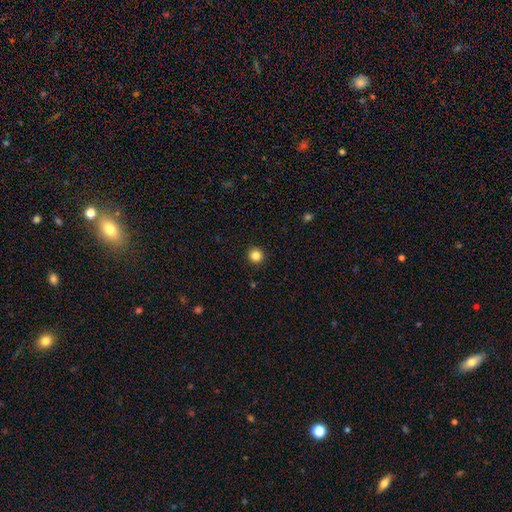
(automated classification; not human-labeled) This is clearly a smooth galaxy (84%). How rounded: clearly round (94%). Merging: clearly none (93%).